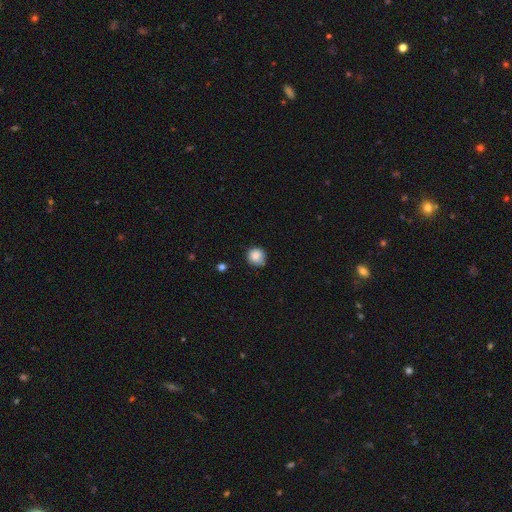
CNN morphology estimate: Smooth or featured? Predicted: smooth (p=0.86). How rounded? Predicted: round (p=0.90). Merging? Predicted: none (p=0.75).